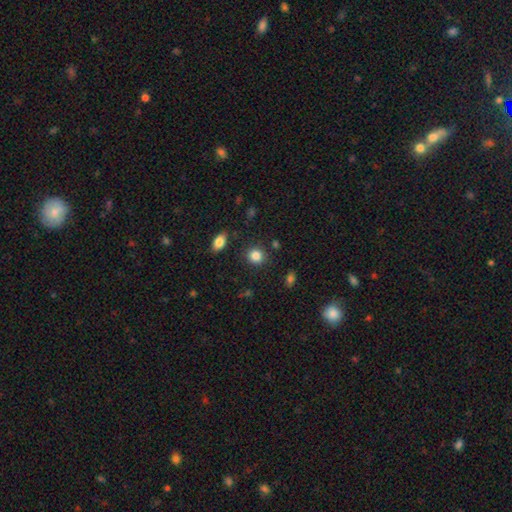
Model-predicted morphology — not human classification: Smooth or featured? Predicted: smooth (p=0.85). How rounded? Predicted: round (p=0.81). Merging? Predicted: none (p=0.87).